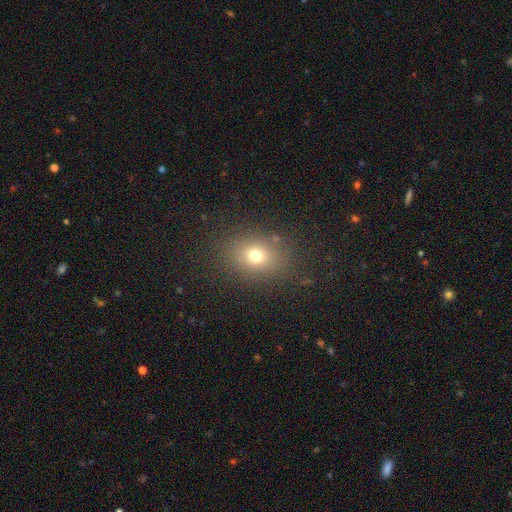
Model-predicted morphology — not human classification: Smooth or featured? Predicted: smooth (p=0.71). How rounded? Predicted: round (p=0.50). Merging? Predicted: none (p=0.82).